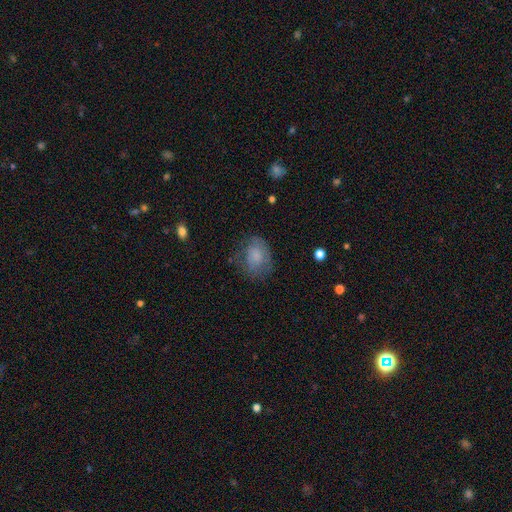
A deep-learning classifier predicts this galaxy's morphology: A smooth galaxy with no disk features (70%) that is in between round and cigar-shaped (61%).

Vote fractions:
- Smooth or featured? smooth: 70% / featured or disk: 21% / star or artifact: 9%
- How rounded? in between: 61% / round: 38% / cigar-shaped: 1%
- Merging? none: 59% / minor disturbance: 25% / major disturbance: 14% / merger: 2%